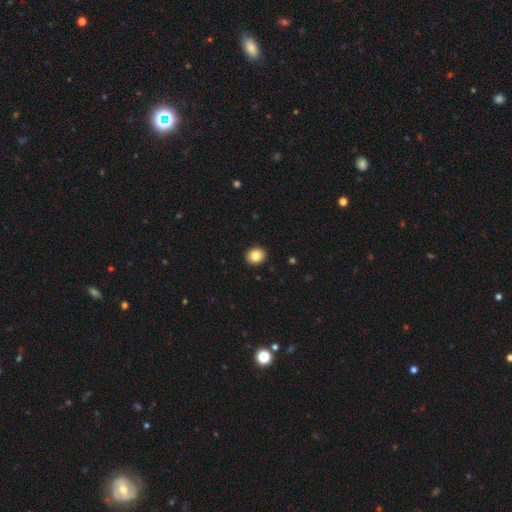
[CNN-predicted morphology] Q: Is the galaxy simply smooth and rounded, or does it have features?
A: smooth — 84%.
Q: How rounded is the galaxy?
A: round — 68%.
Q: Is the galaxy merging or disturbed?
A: none — 92%.